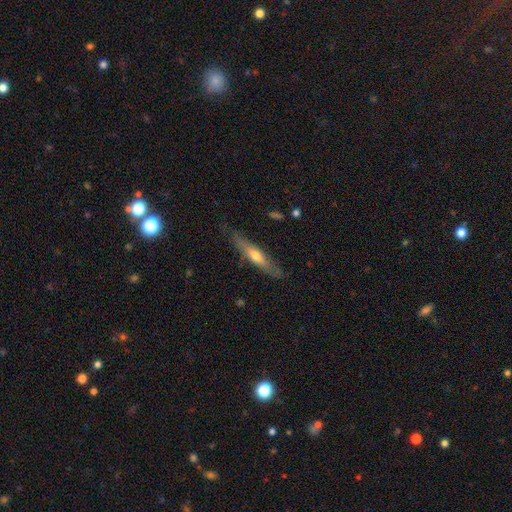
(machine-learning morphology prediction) type=featured or disk (52%); edge-on=yes (78%); merging=none (77%).